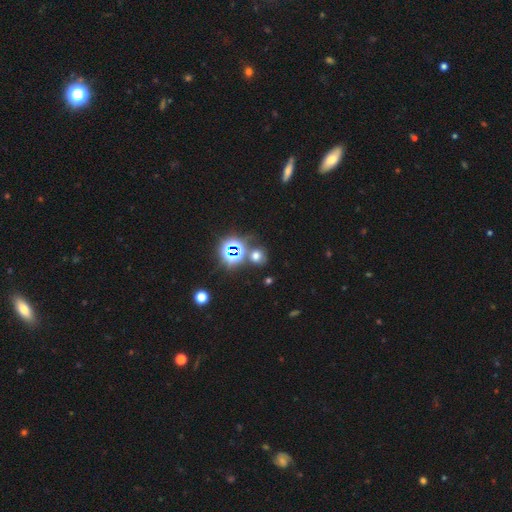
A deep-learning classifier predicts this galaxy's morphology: Smooth or featured? smooth (53%)
How rounded? round (73%)
Merging? none (69%)